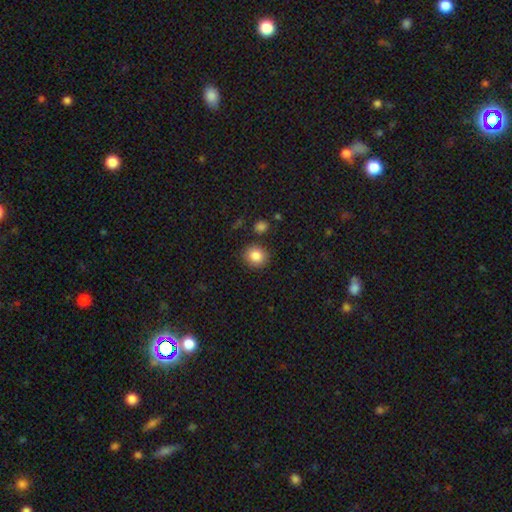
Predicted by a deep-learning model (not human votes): A smooth galaxy with no disk features (85%) that is round (84%).

Vote fractions:
- Smooth or featured? smooth: 85% / star or artifact: 9% / featured or disk: 5%
- How rounded? round: 84% / in between: 15% / cigar-shaped: 1%
- Merging? none: 87% / minor disturbance: 8% / merger: 3% / major disturbance: 2%